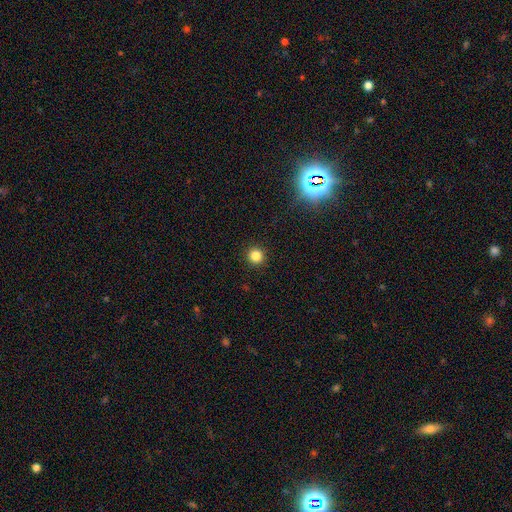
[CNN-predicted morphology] Q: Smooth or featured?
A: smooth (83%); runner-up: star or artifact (13%)
Q: How rounded?
A: round (95%); runner-up: in between (4%)
Q: Merging?
A: none (93%); runner-up: minor disturbance (4%)